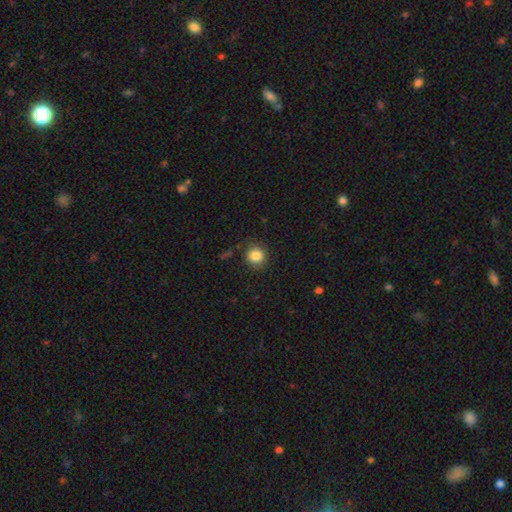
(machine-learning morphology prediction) Smooth or featured?
  - smooth: 85% *
  - star or artifact: 10%
  - featured or disk: 5%
How rounded?
  - round: 90% *
  - in between: 9%
  - cigar-shaped: 1%
Merging?
  - none: 87% *
  - minor disturbance: 9%
  - major disturbance: 3%
  - merger: 2%